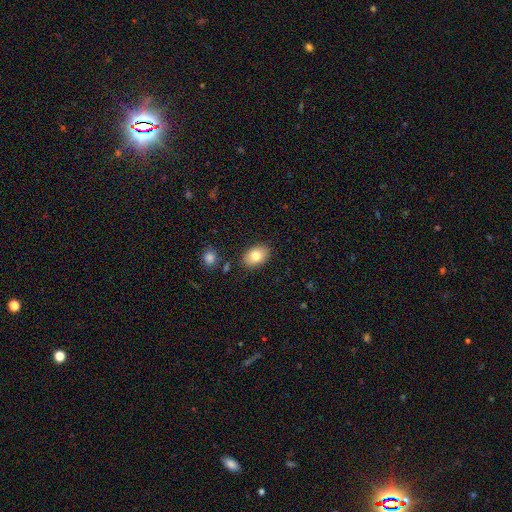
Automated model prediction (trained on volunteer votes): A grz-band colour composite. It shows a smooth galaxy with no disk features (80%) that is in between round and cigar-shaped (84%). Merging: none (86%).